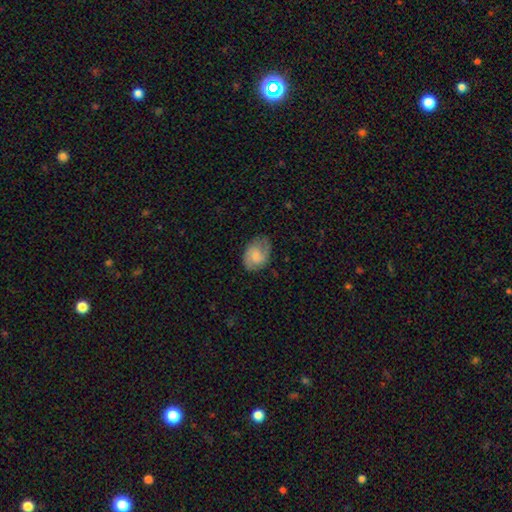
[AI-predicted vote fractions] This appears to be a smooth galaxy with no disk features (52%) that is in between round and cigar-shaped (73%). Merging: none (61%).